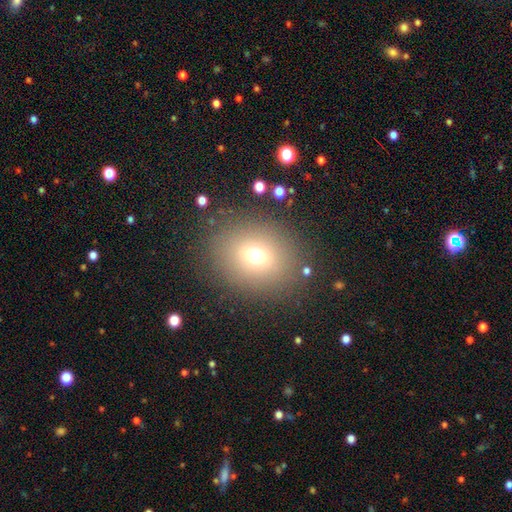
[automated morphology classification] This is likely a smooth galaxy (69%). How rounded: likely round (65%). Merging: clearly none (85%).